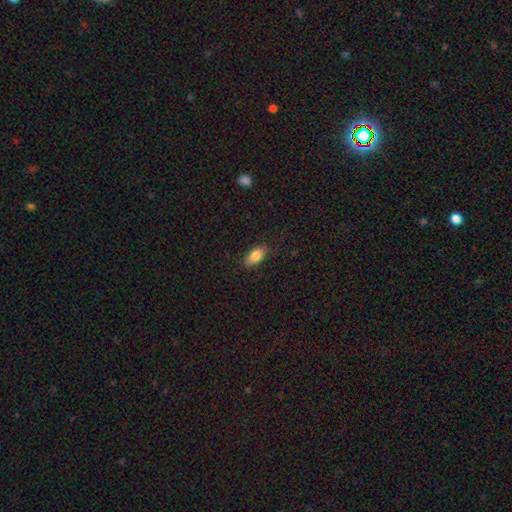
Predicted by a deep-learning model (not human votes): smooth_or_featured: smooth (p=0.84) [alt: featured or disk p=0.08]
how_rounded: in between (p=0.89) [alt: cigar-shaped p=0.07]
merging: none (p=0.84) [alt: minor disturbance p=0.13]